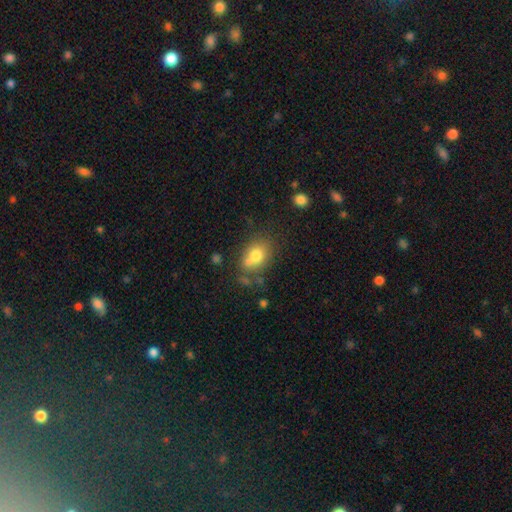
This appears to be a smooth galaxy with no disk features (78%) that is in between round and cigar-shaped (65%). Merging: none (46%).